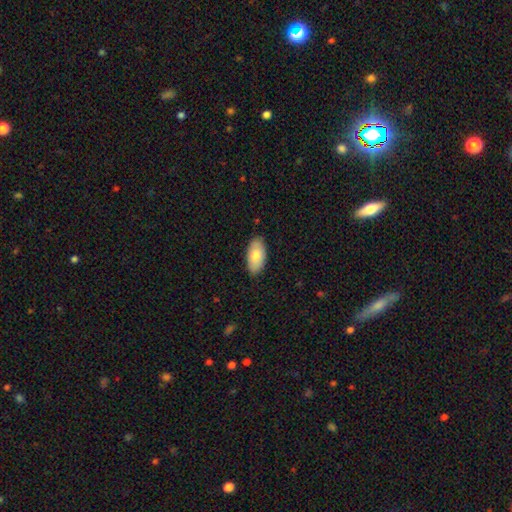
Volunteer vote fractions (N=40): A smooth galaxy with no disk features (68%) that is in between round and cigar-shaped (89%). Merging: none (78%).